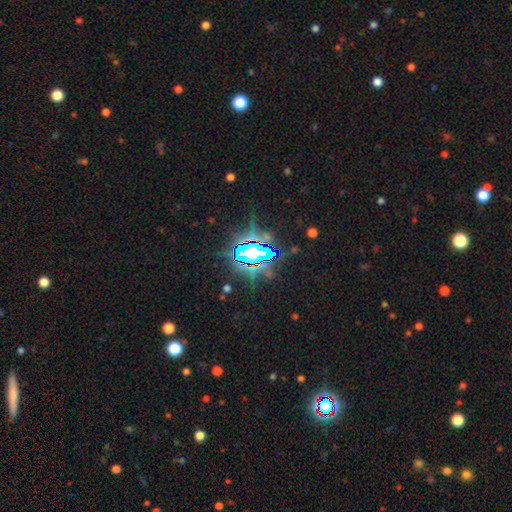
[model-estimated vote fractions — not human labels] A star or artifact, not a galaxy (84%).

Vote fractions:
- Smooth or featured? star or artifact: 84% / smooth: 9% / featured or disk: 7%